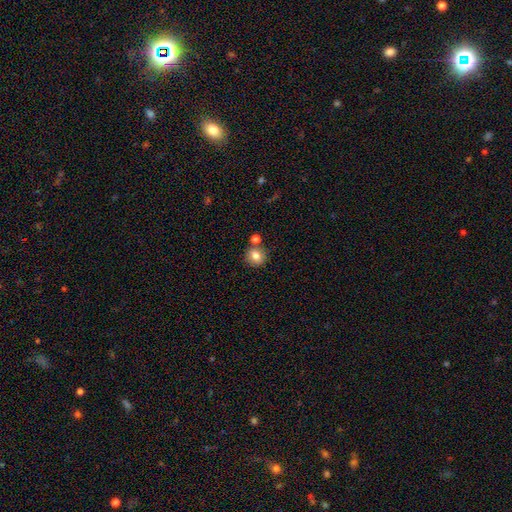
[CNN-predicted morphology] Smooth or featured? smooth (80%)
How rounded? round (80%)
Merging? none (70%)